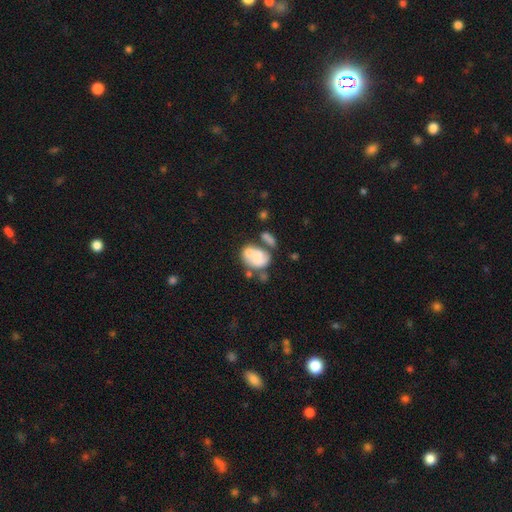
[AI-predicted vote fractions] Morphology: type=smooth (55%); roundness=in between (68%); merging=merger (44%).